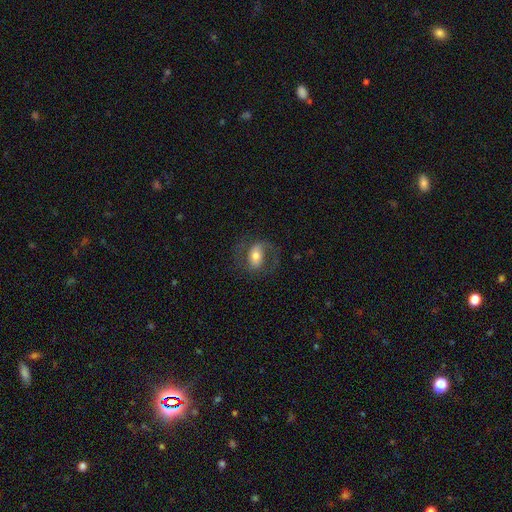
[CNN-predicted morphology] This is possibly a featured or disk galaxy (48%). Merging: likely none (66%).